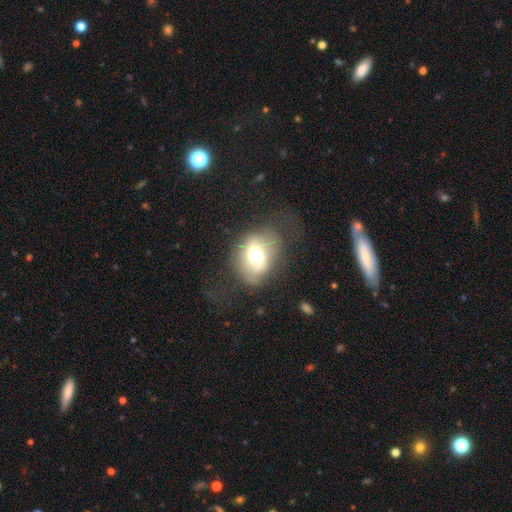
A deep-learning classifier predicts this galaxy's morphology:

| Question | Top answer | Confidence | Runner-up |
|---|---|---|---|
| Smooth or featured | smooth | 60% | featured or disk (26%) |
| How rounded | in between | 53% | round (46%) |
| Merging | none | 52% | minor disturbance (23%) |